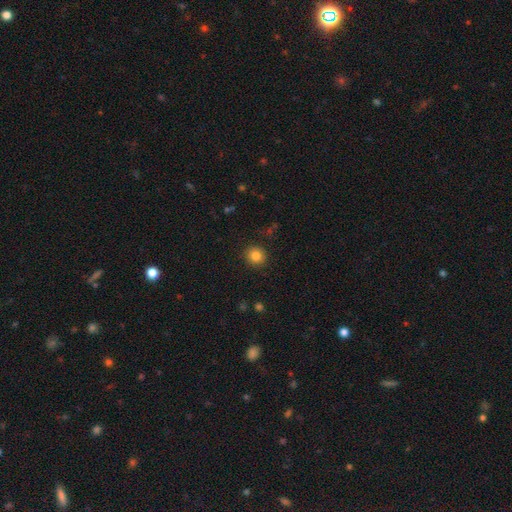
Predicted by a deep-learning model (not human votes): Smooth or featured?
  - smooth: 83% *
  - star or artifact: 11%
  - featured or disk: 6%
How rounded?
  - round: 89% *
  - in between: 10%
  - cigar-shaped: 1%
Merging?
  - none: 91% *
  - minor disturbance: 6%
  - major disturbance: 2%
  - merger: 1%